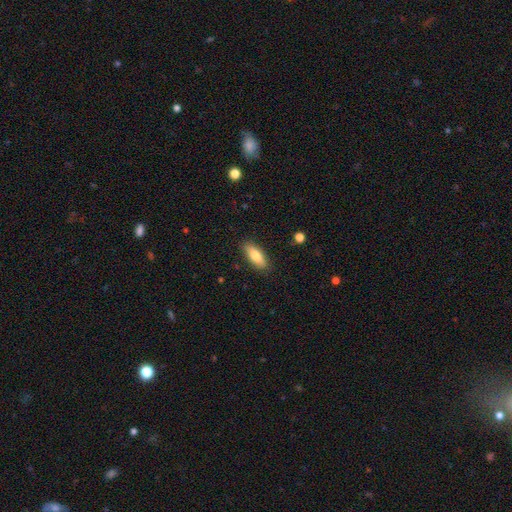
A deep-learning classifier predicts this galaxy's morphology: smooth 79%, featured or disk 14%, star or artifact 6%. Down the decision tree: how rounded — in between (70%); merging — none (87%).